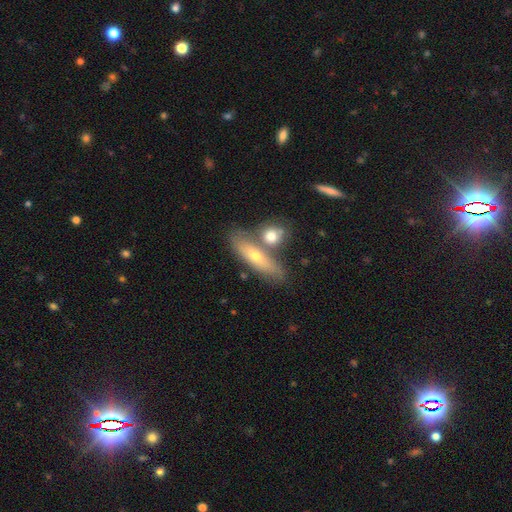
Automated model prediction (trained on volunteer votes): This appears to be a smooth galaxy with no disk features (54%) that is cigar-shaped (55%). Merging: none (56%).